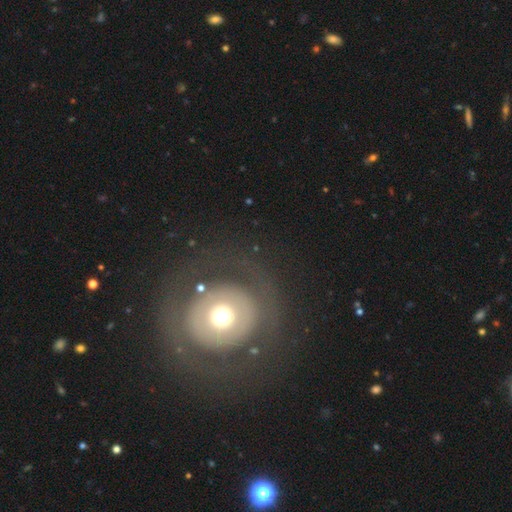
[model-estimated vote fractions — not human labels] A featured or disk galaxy (62%) with no bar (78%), no spiral arms (60%) and a moderate central bulge (62%). Merging: none (82%).